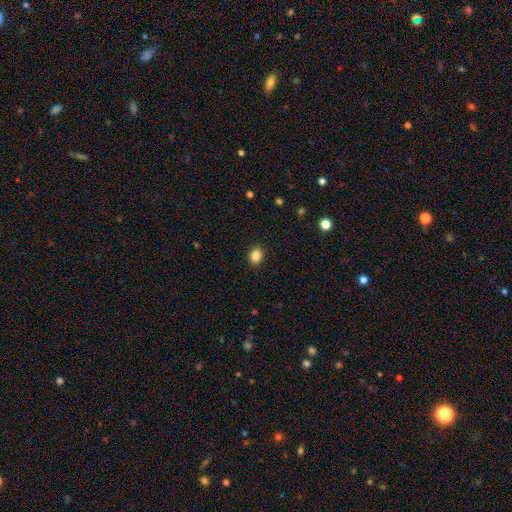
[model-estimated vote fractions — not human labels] This appears to be a smooth galaxy with no disk features (86%) that is round (52%). Merging: none (90%).